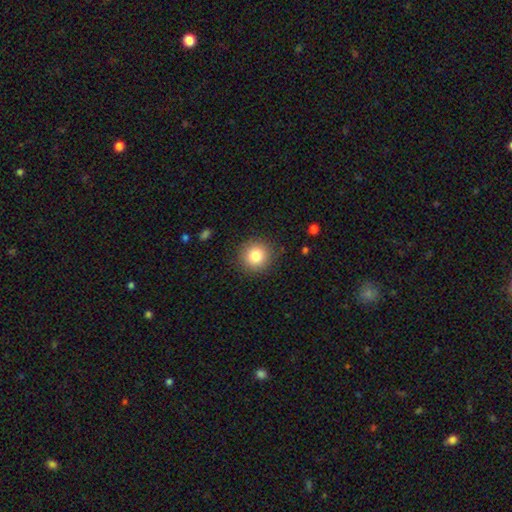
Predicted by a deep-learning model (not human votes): Morphology: type=smooth (83%); roundness=round (93%); merging=none (90%).